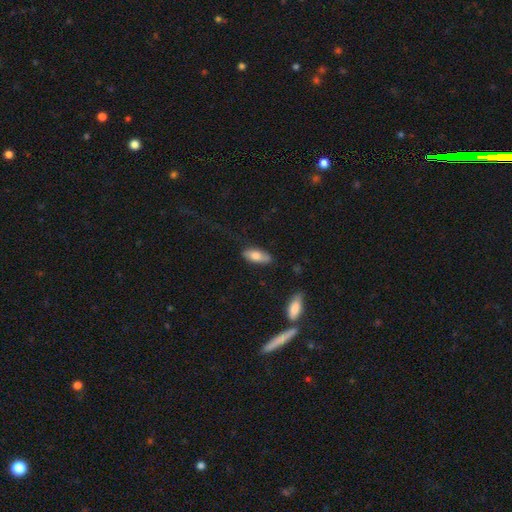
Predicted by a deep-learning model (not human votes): Overall: smooth (76%). How rounded: in between (77%). Merging: none (80%).